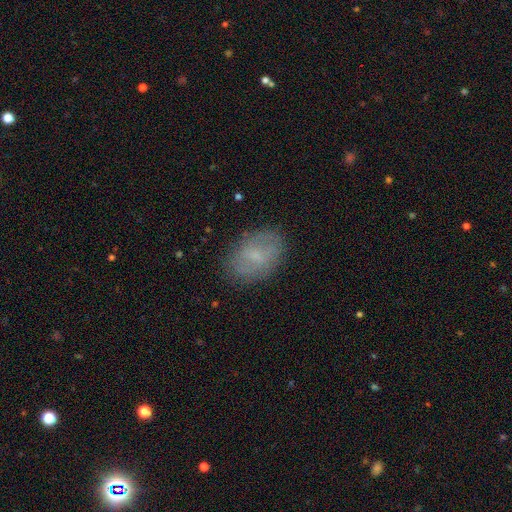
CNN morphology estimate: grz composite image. It shows a smooth galaxy with no disk features (59%) that is in between round and cigar-shaped (83%). Merging: none (79%).